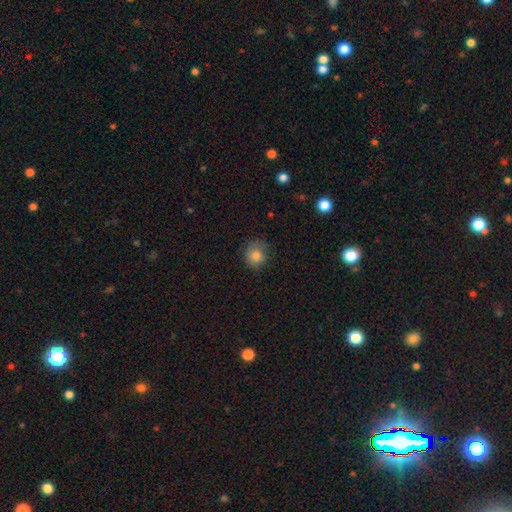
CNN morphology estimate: Smooth or featured?
  - smooth: 83% *
  - star or artifact: 10%
  - featured or disk: 7%
How rounded?
  - round: 81% *
  - in between: 18%
  - cigar-shaped: 1%
Merging?
  - none: 68% *
  - minor disturbance: 23%
  - major disturbance: 7%
  - merger: 1%